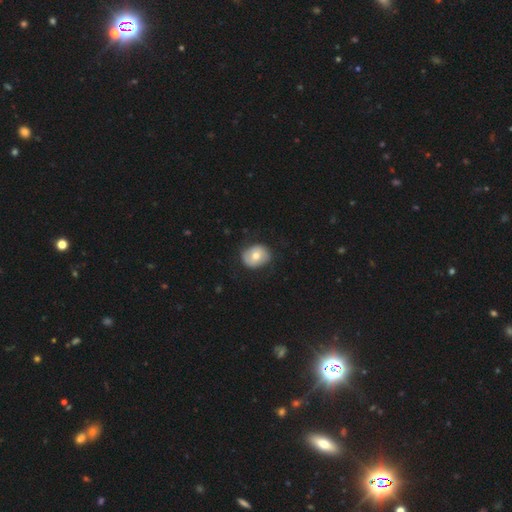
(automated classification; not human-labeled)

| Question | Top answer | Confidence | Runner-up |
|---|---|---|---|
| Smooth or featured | smooth | 65% | featured or disk (29%) |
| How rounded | round | 54% | in between (46%) |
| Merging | none | 80% | minor disturbance (15%) |